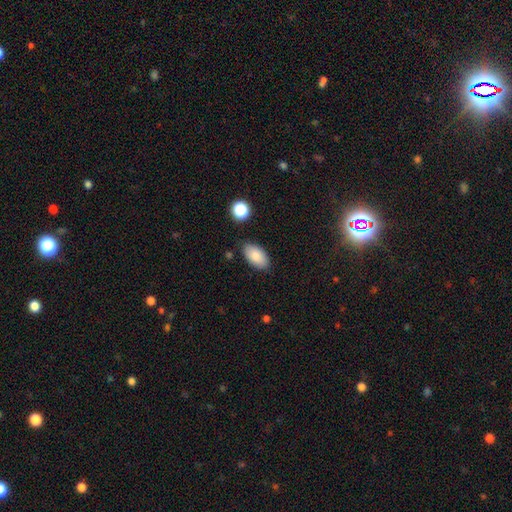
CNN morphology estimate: This appears to be a smooth galaxy with no disk features (86%) that is in between round and cigar-shaped (94%). Merging: none (82%).